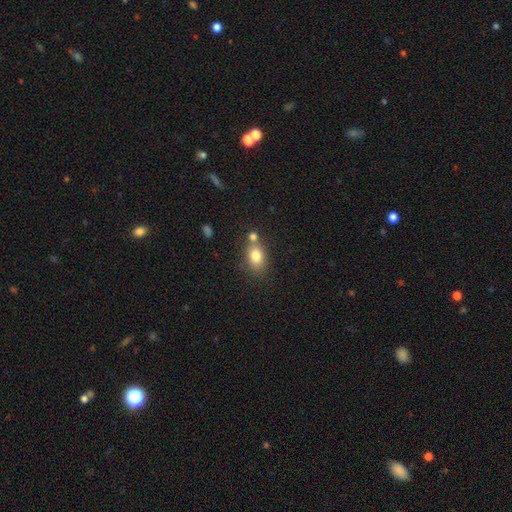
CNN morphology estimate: Smooth or featured? smooth (80%)
How rounded? in between (74%)
Merging? none (55%)